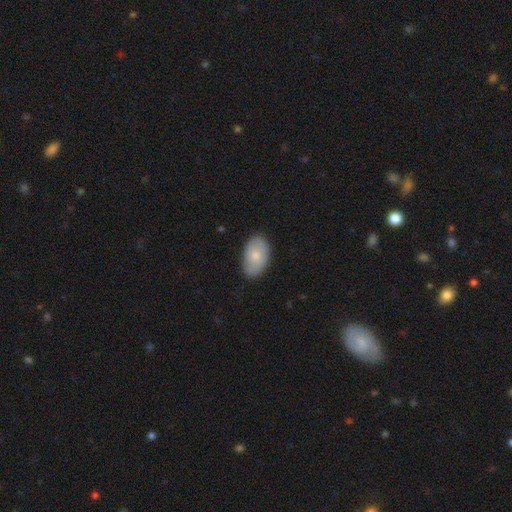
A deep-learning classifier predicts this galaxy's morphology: Q: Smooth or featured?
A: smooth (75%); runner-up: featured or disk (20%)
Q: How rounded?
A: in between (93%); runner-up: round (6%)
Q: Merging?
A: none (81%); runner-up: minor disturbance (16%)